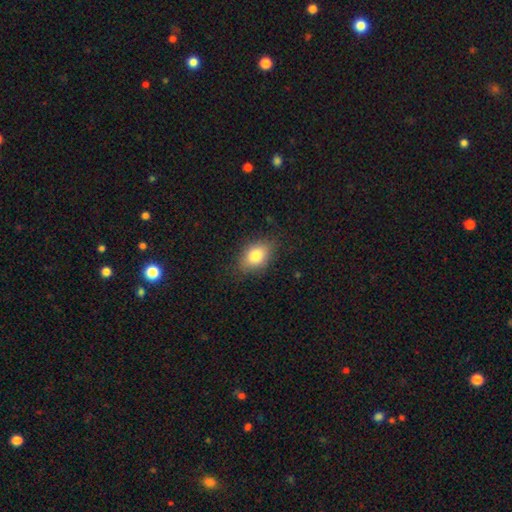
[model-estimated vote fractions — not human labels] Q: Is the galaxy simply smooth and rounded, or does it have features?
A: smooth — 80%.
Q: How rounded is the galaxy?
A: in between — 80%.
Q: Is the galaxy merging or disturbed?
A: none — 80%.